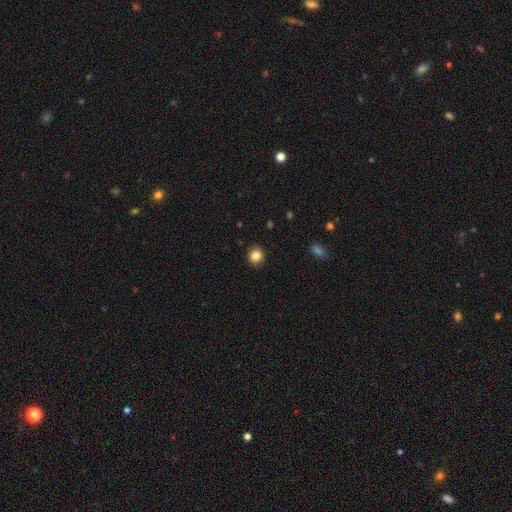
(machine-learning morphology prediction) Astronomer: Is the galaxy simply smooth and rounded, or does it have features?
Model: smooth — 86%.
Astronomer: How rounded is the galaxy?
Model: round — 86%.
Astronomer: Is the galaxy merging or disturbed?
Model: none — 90%.